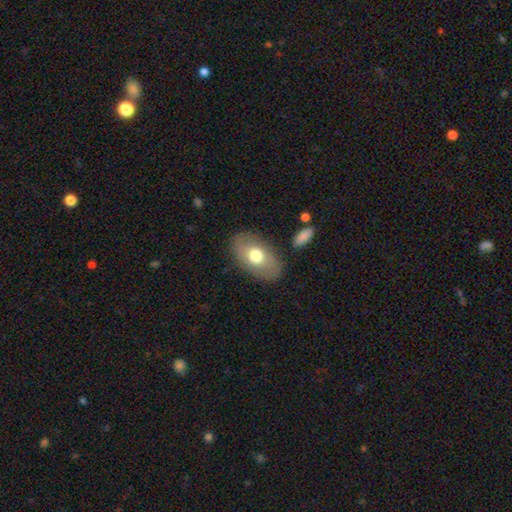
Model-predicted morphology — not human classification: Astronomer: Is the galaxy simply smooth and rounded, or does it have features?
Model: smooth — 66%.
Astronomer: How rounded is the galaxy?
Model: in between — 90%.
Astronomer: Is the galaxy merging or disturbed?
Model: none — 82%.